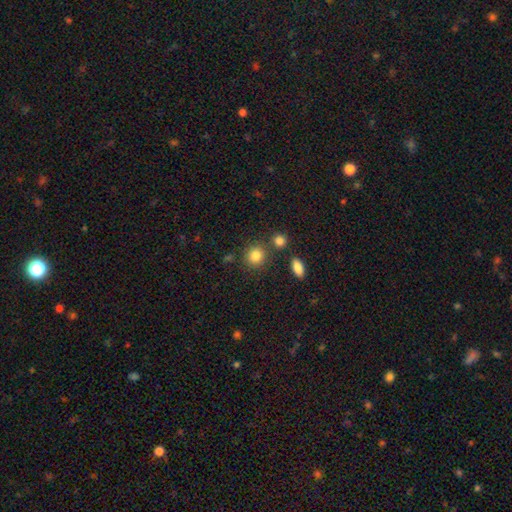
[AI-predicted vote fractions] Overall: smooth (84%). How rounded: round (83%). Merging: none (78%).